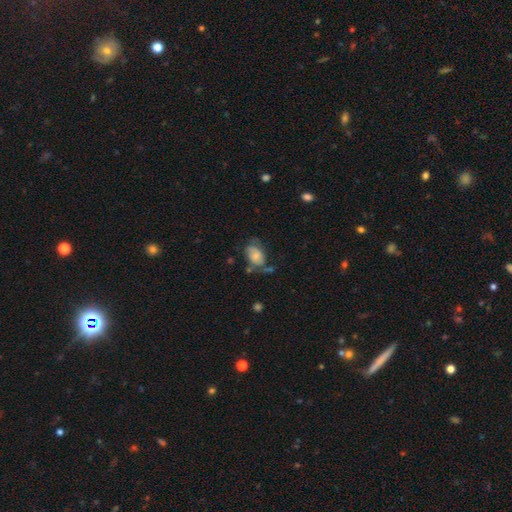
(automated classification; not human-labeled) Smooth or featured: smooth — 60% (featured or disk — 31%)
How rounded: in between — 83% (round — 16%)
Merging: none — 38% (minor disturbance — 30%)